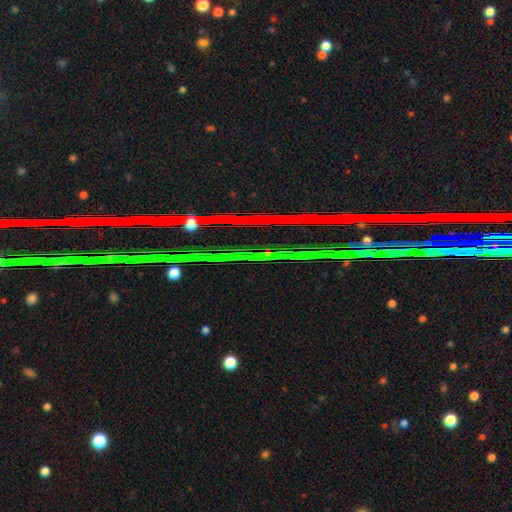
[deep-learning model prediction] Smooth or featured? Predicted: star or artifact (p=0.83).